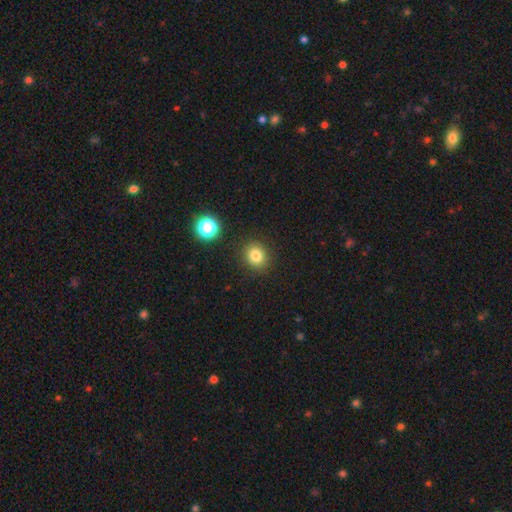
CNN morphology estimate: Smooth or featured: smooth — 80% (star or artifact — 13%)
How rounded: round — 79% (in between — 21%)
Merging: none — 89% (minor disturbance — 7%)